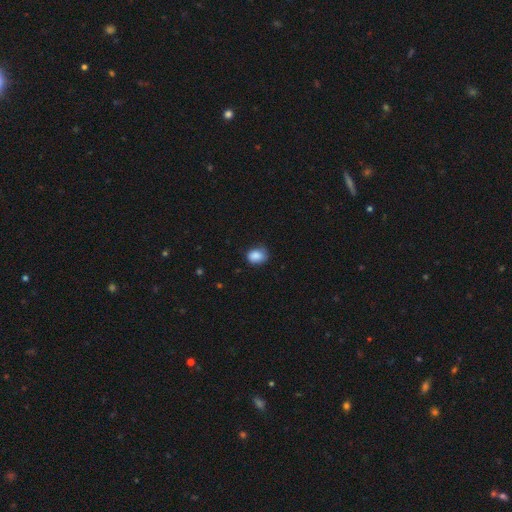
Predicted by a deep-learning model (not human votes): smooth 87%, star or artifact 8%, featured or disk 5%. Down the decision tree: how rounded — in between (56%); merging — none (65%).